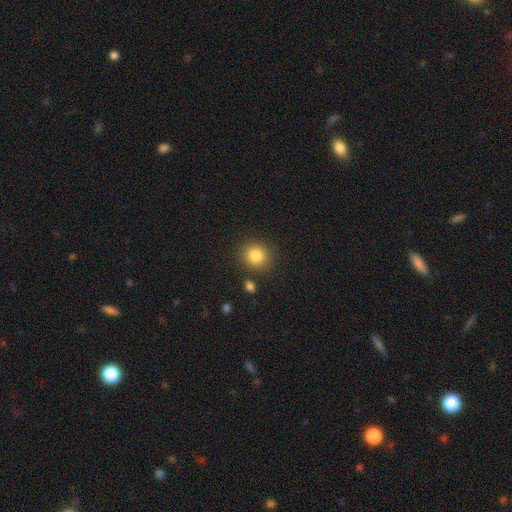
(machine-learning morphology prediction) Smooth or featured: smooth — 84% (star or artifact — 10%)
How rounded: round — 86% (in between — 13%)
Merging: none — 86% (minor disturbance — 8%)